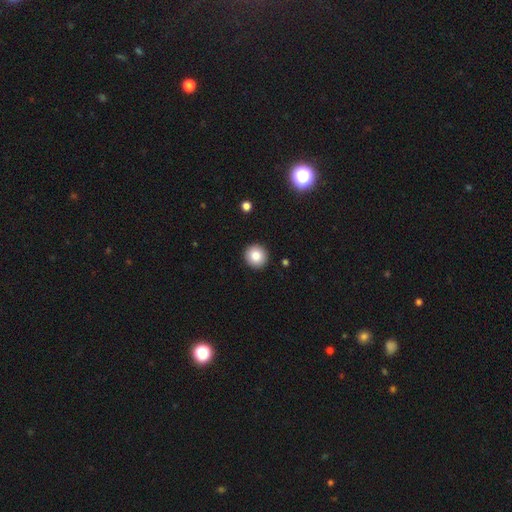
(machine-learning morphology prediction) A smooth galaxy with no disk features (85%) that is round (93%). Merging: none (92%).